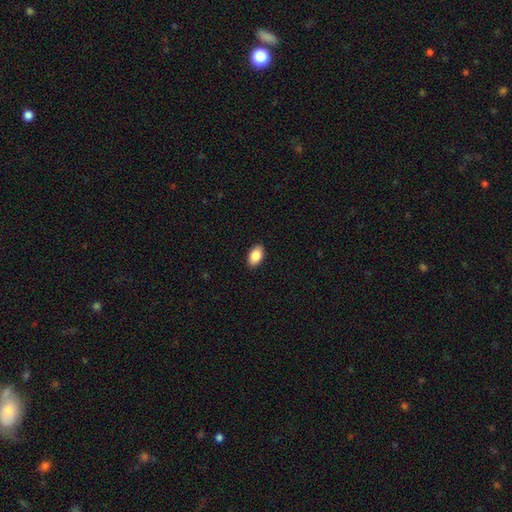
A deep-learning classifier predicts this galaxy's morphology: Smooth or featured? Predicted: smooth (p=0.87). How rounded? Predicted: in between (p=0.94). Merging? Predicted: none (p=0.90).